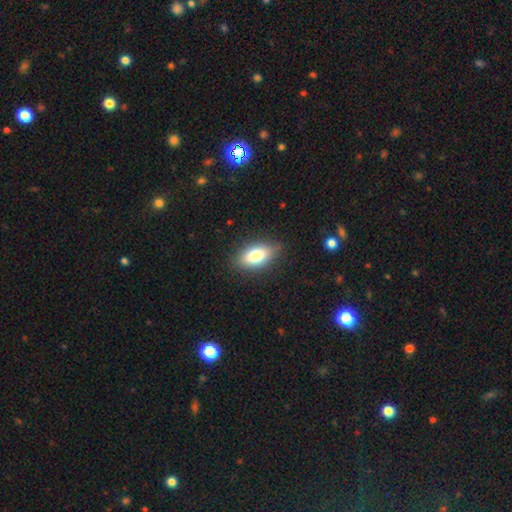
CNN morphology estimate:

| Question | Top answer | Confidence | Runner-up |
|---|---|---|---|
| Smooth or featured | smooth | 76% | featured or disk (15%) |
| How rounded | in between | 87% | cigar-shaped (7%) |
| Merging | none | 82% | minor disturbance (14%) |